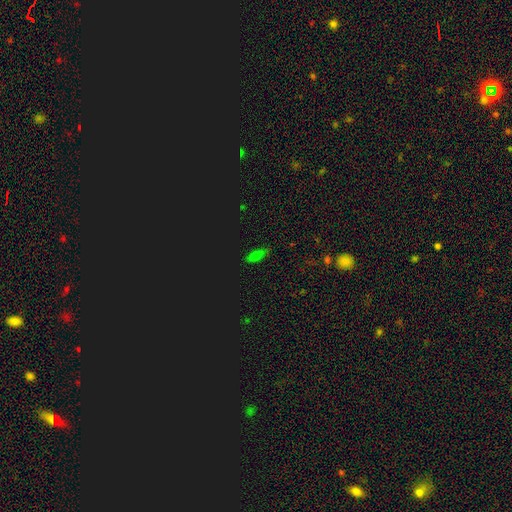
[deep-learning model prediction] Smooth or featured? smooth (57%)
How rounded? in between (77%)
Merging? none (79%)